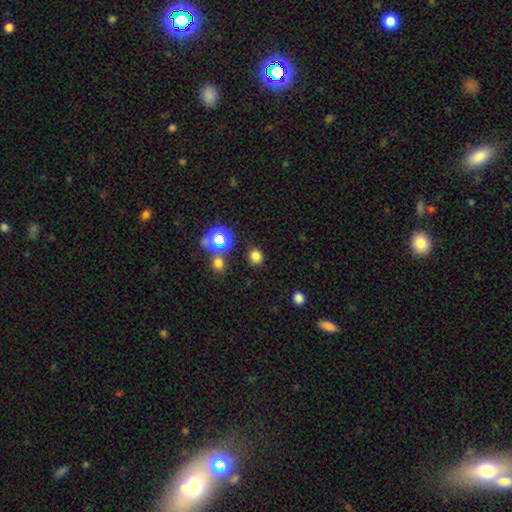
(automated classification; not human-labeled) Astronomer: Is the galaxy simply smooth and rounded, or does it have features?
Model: smooth — 75%.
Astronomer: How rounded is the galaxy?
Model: round — 78%.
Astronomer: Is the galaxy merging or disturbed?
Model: none — 86%.